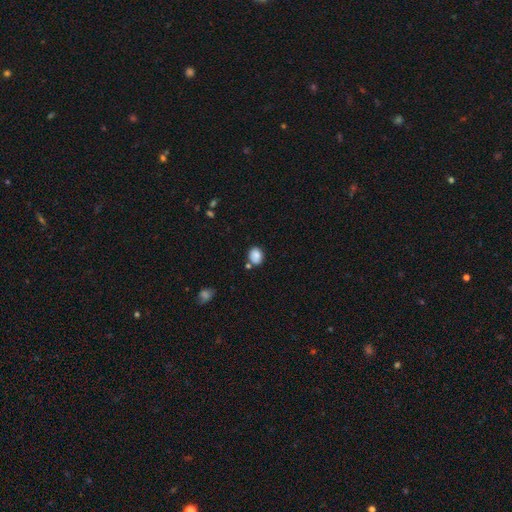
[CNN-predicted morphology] type=smooth (85%); roundness=in between (52%); merging=none (69%).